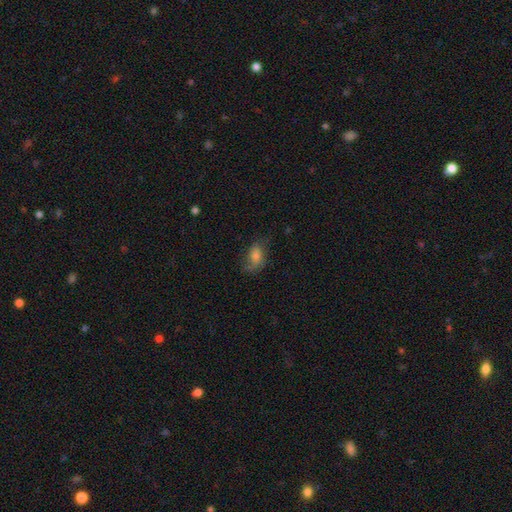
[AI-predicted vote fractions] This is likely a smooth galaxy (62%). How rounded: clearly in between (85%). Merging: possibly none (58%).